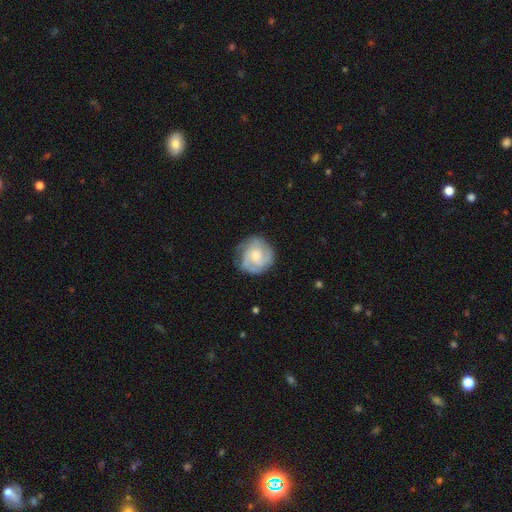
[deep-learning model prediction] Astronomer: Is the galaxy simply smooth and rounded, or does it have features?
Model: featured or disk — 69%.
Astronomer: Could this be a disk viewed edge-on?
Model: no — 98%.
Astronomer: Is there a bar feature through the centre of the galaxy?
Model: no — 75%.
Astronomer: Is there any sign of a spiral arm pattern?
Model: yes — 91%.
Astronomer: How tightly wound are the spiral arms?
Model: tight — 57% (runner-up: medium, 34%).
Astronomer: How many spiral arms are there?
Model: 3 — 35% (runner-up: can't tell, 28%).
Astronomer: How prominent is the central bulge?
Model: small — 48% (runner-up: moderate, 45%).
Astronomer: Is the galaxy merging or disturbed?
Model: none — 73%.